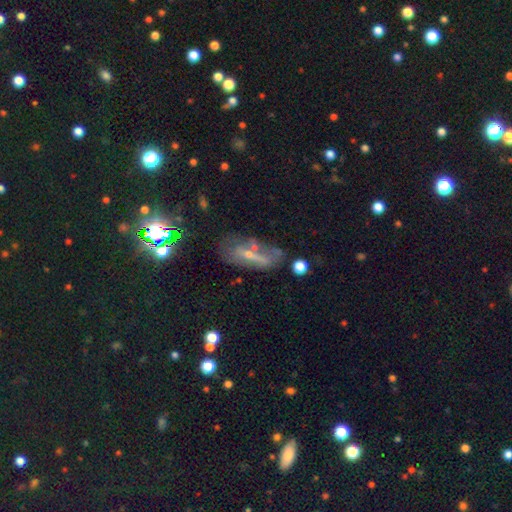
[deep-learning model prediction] A featured or disk galaxy (46%). Merging: none (52%).